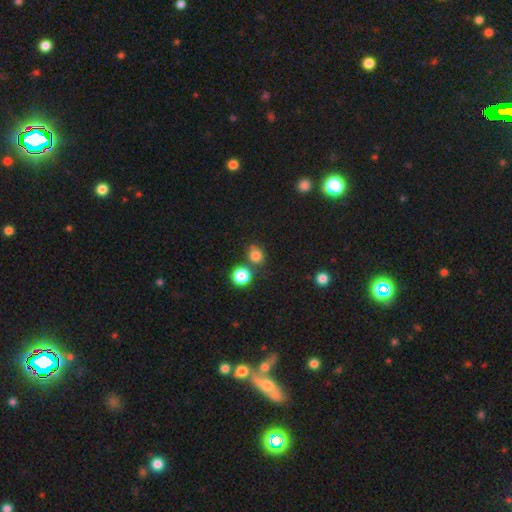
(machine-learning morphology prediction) Smooth or featured: smooth — 80% (star or artifact — 14%)
How rounded: round — 82% (in between — 17%)
Merging: none — 66% (merger — 19%)